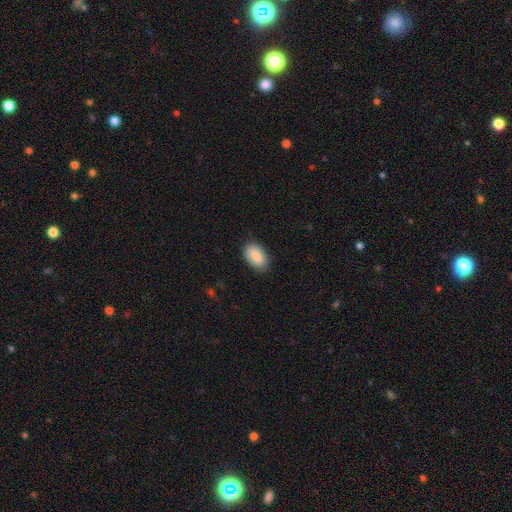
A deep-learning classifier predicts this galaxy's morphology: A smooth galaxy with no disk features (86%) that is in between round and cigar-shaped (93%).

Vote fractions:
- Smooth or featured? smooth: 86% / featured or disk: 8% / star or artifact: 6%
- How rounded? in between: 93% / round: 5% / cigar-shaped: 2%
- Merging? none: 84% / minor disturbance: 13% / major disturbance: 3% / merger: 1%